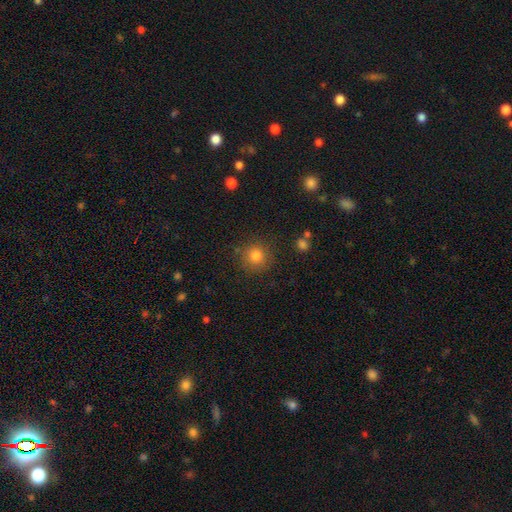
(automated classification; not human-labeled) Smooth or featured? Predicted: smooth (p=0.80). How rounded? Predicted: round (p=0.93). Merging? Predicted: none (p=0.87).